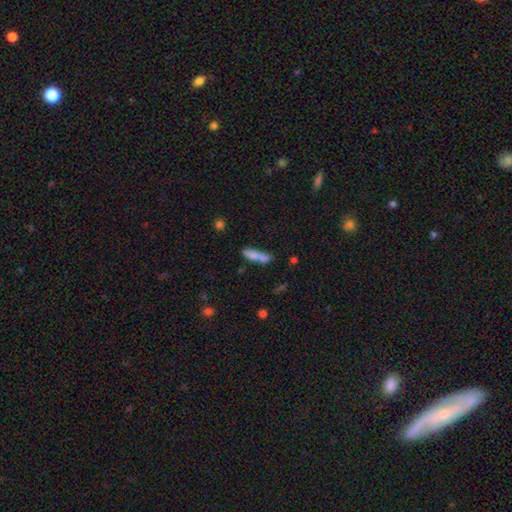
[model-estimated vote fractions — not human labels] Smooth or featured? smooth (73%)
How rounded? cigar-shaped (59%)
Merging? none (42%)